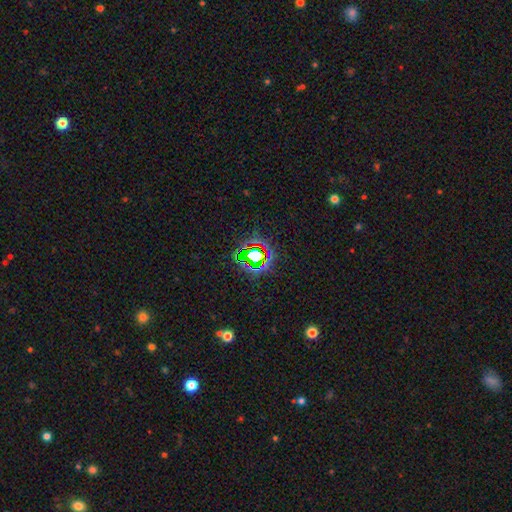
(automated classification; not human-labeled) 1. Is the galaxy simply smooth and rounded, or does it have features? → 71% star or artifact, 17% smooth, 12% featured or disk.